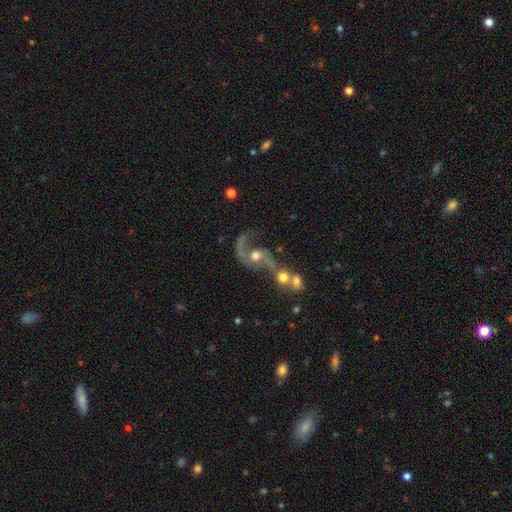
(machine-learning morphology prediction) Smooth or featured?
  - featured or disk: 75% *
  - smooth: 16%
  - star or artifact: 9%
Edge-on disk?
  - no: 97% *
  - yes: 3%
Bar?
  - no: 68% *
  - weak: 25%
  - strong: 7%
Spiral arms?
  - yes: 89% *
  - no: 11%
Spiral winding?
  - loose: 76% *
  - medium: 20%
  - tight: 4%
Spiral arm count?
  - 2: 76% *
  - 1: 18%
  - can't tell: 3%
  - 3: 1%
  - 4: 1%
  - more than 4: 1%
Bulge size?
  - moderate: 62% *
  - small: 18%
  - large: 14%
  - none: 4%
  - dominant: 2%
Merging?
  - merger: 48% *
  - none: 26%
  - major disturbance: 16%
  - minor disturbance: 10%